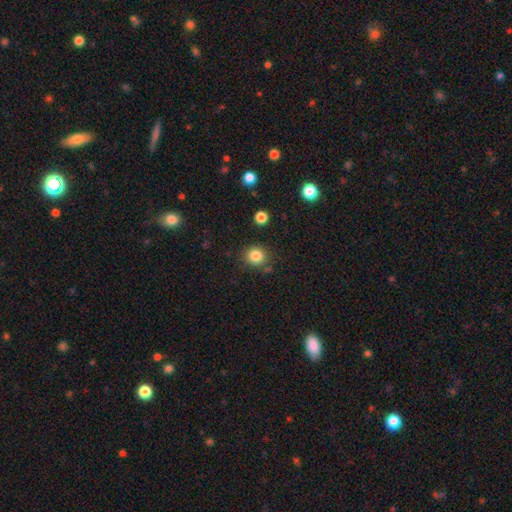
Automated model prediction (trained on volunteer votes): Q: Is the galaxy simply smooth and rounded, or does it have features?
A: smooth — 83%.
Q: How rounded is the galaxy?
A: round — 88%.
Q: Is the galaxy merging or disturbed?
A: none — 84%.